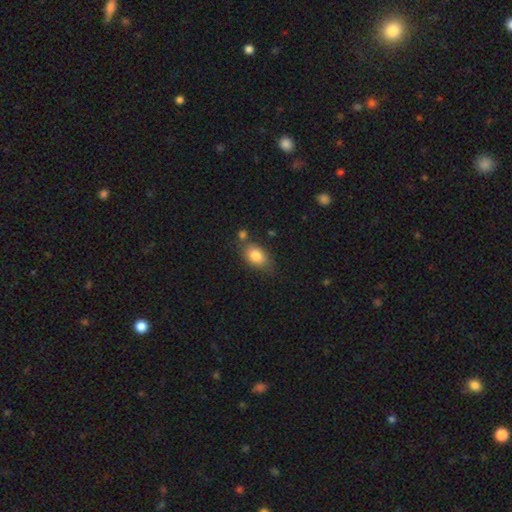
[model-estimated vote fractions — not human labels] The model was most divided on "merging": none: 63%, minor disturbance: 19%, merger: 13%, major disturbance: 5%. More confident: how rounded — in between (83%); smooth or featured — smooth (82%).